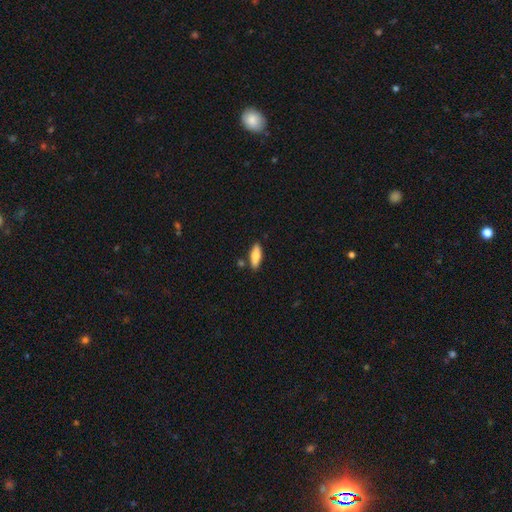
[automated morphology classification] type=smooth (73%); roundness=in between (59%); merging=none (84%).